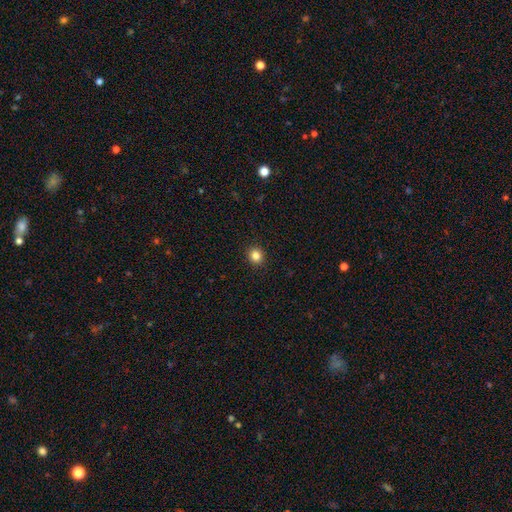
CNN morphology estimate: smooth_or_featured: smooth (p=0.84) [alt: star or artifact p=0.12]
how_rounded: round (p=0.86) [alt: in between p=0.13]
merging: none (p=0.92) [alt: minor disturbance p=0.05]